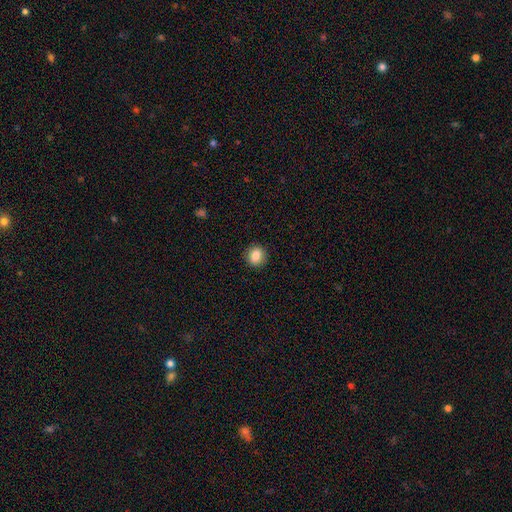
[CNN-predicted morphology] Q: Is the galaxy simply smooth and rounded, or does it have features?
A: smooth — 85%.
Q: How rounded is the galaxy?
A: round — 85%.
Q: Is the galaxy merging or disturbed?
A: none — 91%.